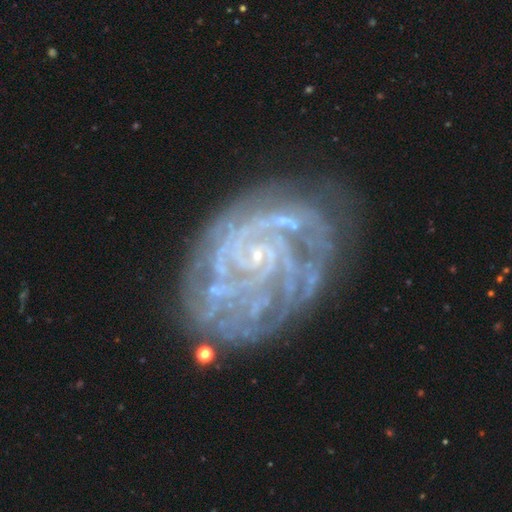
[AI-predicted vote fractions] smooth-or-featured: featured or disk: 89% | star or artifact: 7% | smooth: 5%
  disk-edge-on: no: 98% | yes: 2%
    bar: no: 65% | weak: 26% | strong: 9%
    has-spiral-arms: yes: 96% | no: 4%
      spiral-winding: tight: 74% | medium: 22% | loose: 5%
      spiral-arm-count: can't tell: 27% | 2: 18% | 3: 18% | 4: 17% | more than 4: 12% | 1: 9%
    bulge-size: small: 82% | none: 9% | moderate: 7% | large: 1% | dominant: 1%
  merging: none: 69% | minor disturbance: 19% | major disturbance: 9% | merger: 3%